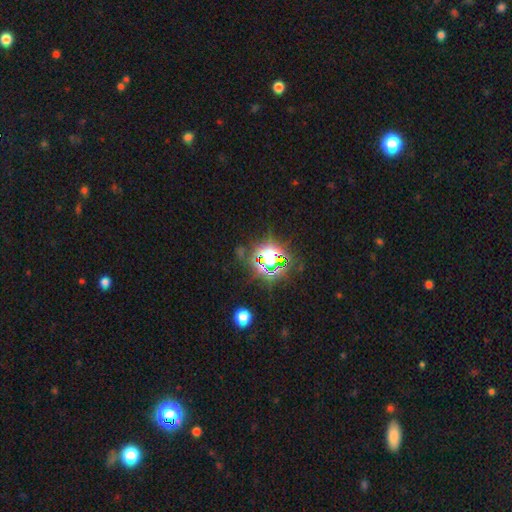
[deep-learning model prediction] Smooth or featured?
  - star or artifact: 78% *
  - smooth: 14%
  - featured or disk: 8%